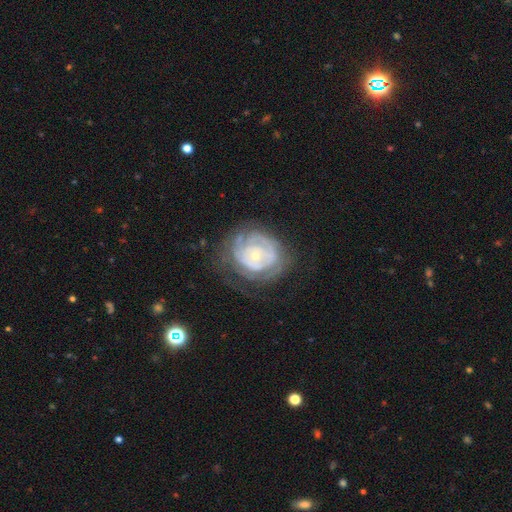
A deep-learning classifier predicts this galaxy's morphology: Smooth or featured?
  - featured or disk: 79% *
  - smooth: 15%
  - star or artifact: 6%
Edge-on disk?
  - no: 97% *
  - yes: 3%
Bar?
  - no: 78% *
  - weak: 18%
  - strong: 5%
Spiral arms?
  - yes: 82% *
  - no: 18%
Spiral winding?
  - tight: 75% *
  - medium: 18%
  - loose: 7%
Spiral arm count?
  - can't tell: 50% *
  - 2: 19%
  - 3: 13%
  - 4: 8%
  - 1: 6%
  - more than 4: 5%
Bulge size?
  - small: 73% *
  - moderate: 22%
  - large: 2%
  - none: 2%
  - dominant: 1%
Merging?
  - none: 60% *
  - minor disturbance: 22%
  - major disturbance: 17%
  - merger: 2%